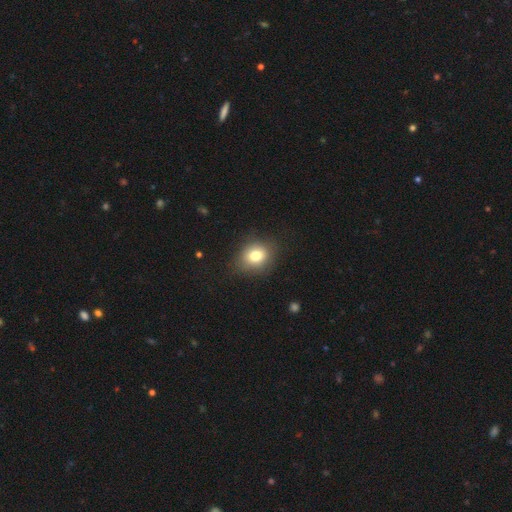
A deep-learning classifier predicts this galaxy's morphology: Overall: smooth (78%). How rounded: round (62%; in between 37%). Merging: none (82%).